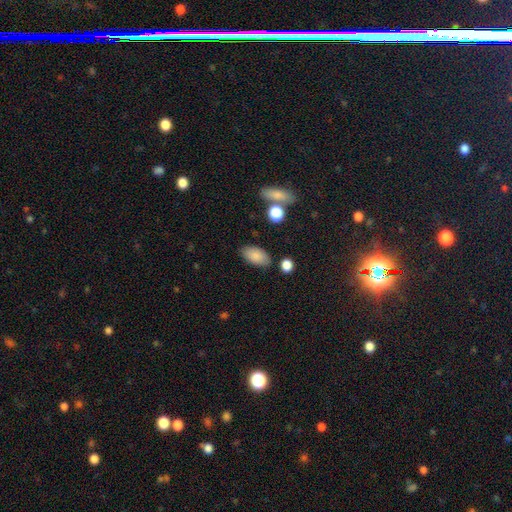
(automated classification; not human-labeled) This is clearly a smooth galaxy (85%). How rounded: clearly in between (93%). Merging: clearly none (81%).